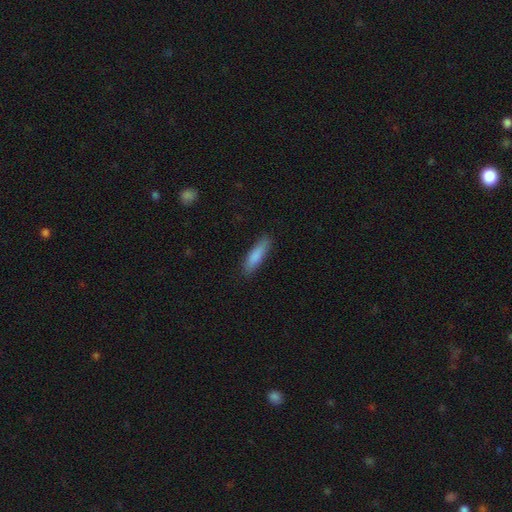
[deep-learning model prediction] smooth 85%, featured or disk 9%, star or artifact 6%. Down the decision tree: how rounded — cigar-shaped (67%); merging — none (85%).